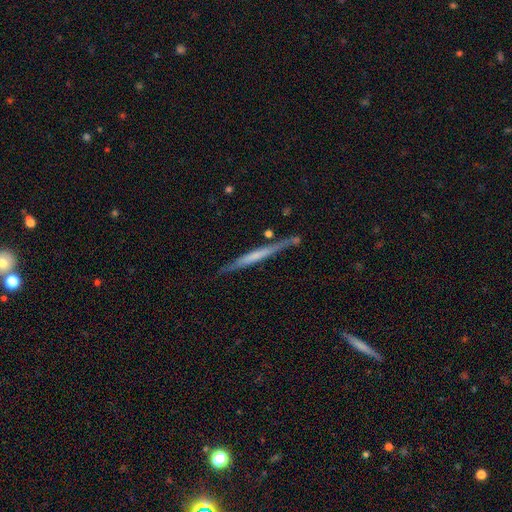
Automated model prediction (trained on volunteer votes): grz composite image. It shows a featured or disk galaxy (60%) viewed edge-on (96%) with no central bulge (68%). Merging: none (79%).